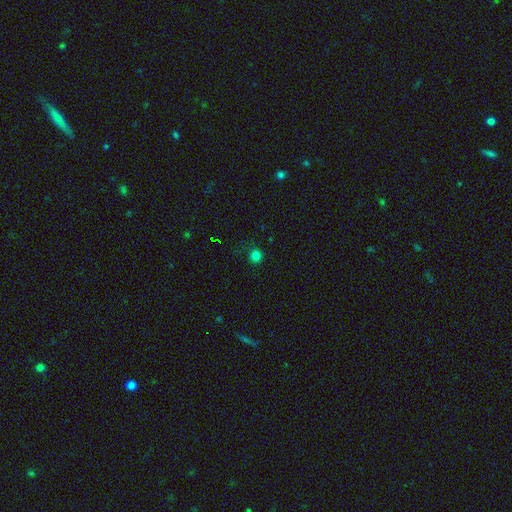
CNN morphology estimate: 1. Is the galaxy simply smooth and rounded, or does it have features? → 78% smooth, 18% star or artifact, 4% featured or disk.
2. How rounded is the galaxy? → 94% round, 6% in between, 1% cigar-shaped.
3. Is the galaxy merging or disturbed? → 87% none, 9% minor disturbance, 3% major disturbance, 1% merger.